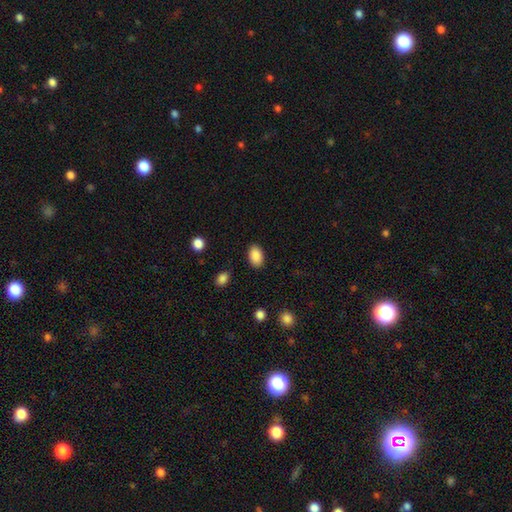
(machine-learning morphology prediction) This is clearly a smooth galaxy (89%). How rounded: clearly in between (87%). Merging: clearly none (88%).